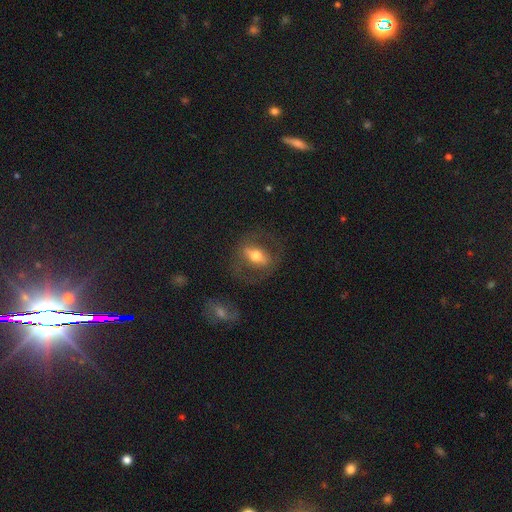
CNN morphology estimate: featured or disk 54%, smooth 37%, star or artifact 9%. Down the decision tree: edge-on disk — no (74%); merging — none (72%).